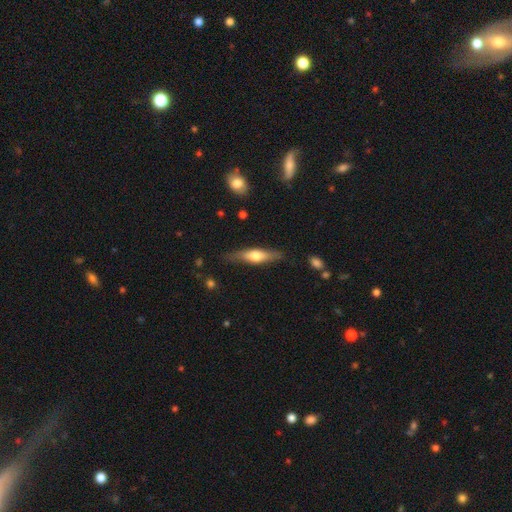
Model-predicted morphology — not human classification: A featured or disk galaxy (50%) viewed edge-on (91%).

Vote fractions:
- Smooth or featured? featured or disk: 50% / smooth: 44% / star or artifact: 6%
- Edge-on disk? yes: 91% / no: 9%
- Merging? none: 82% / minor disturbance: 13% / major disturbance: 3% / merger: 2%